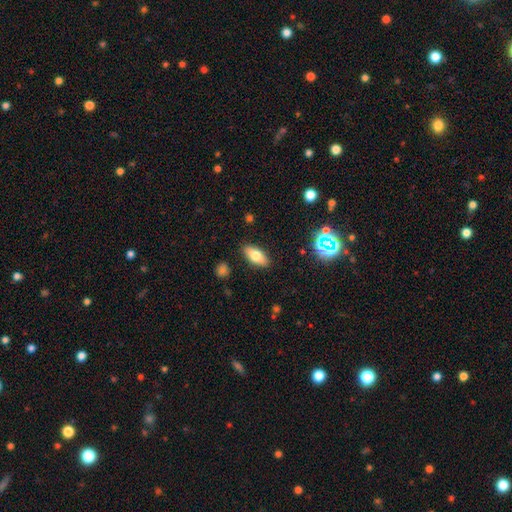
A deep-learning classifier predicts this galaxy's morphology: Smooth or featured? Predicted: smooth (p=0.71). How rounded? Predicted: in between (p=0.84). Merging? Predicted: none (p=0.87).